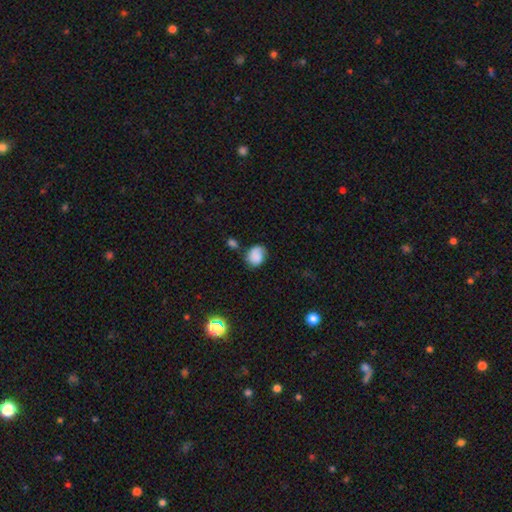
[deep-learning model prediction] A smooth galaxy with no disk features (78%) that is in between round and cigar-shaped (50%). Merging: none (55%).